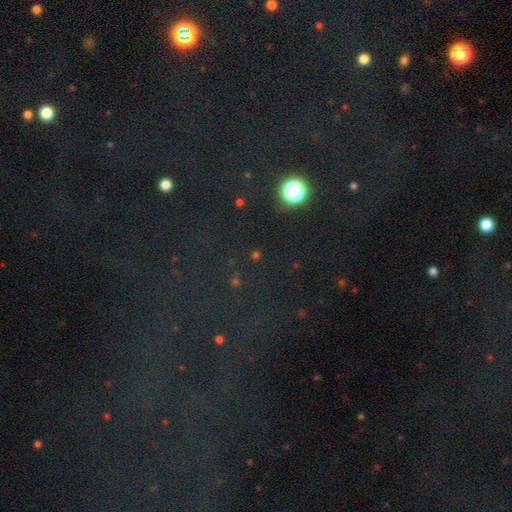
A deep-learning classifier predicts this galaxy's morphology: A star or artifact, not a galaxy (62%).

Vote fractions:
- Smooth or featured? star or artifact: 62% / smooth: 29% / featured or disk: 8%